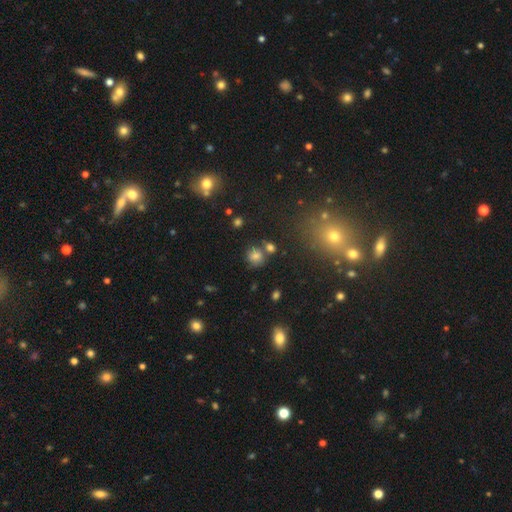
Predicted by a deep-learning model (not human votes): Morphology: type=smooth (75%); roundness=round (86%); merging=none (72%).